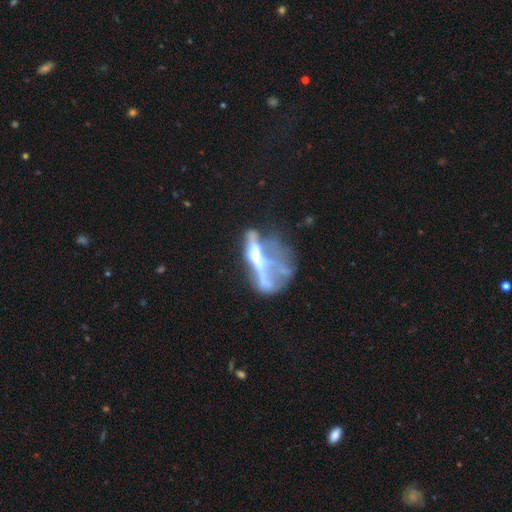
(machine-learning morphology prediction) Q: Smooth or featured?
A: featured or disk (63%); runner-up: smooth (23%)
Q: Edge-on disk?
A: no (74%); runner-up: yes (26%)
Q: Merging?
A: major disturbance (41%); runner-up: merger (32%)